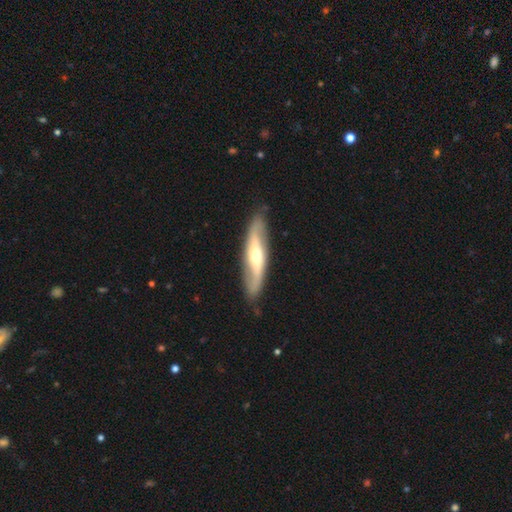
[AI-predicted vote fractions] Smooth or featured? Predicted: featured or disk (p=0.71). Edge-on disk? Predicted: no (p=0.61). Merging? Predicted: none (p=0.84).